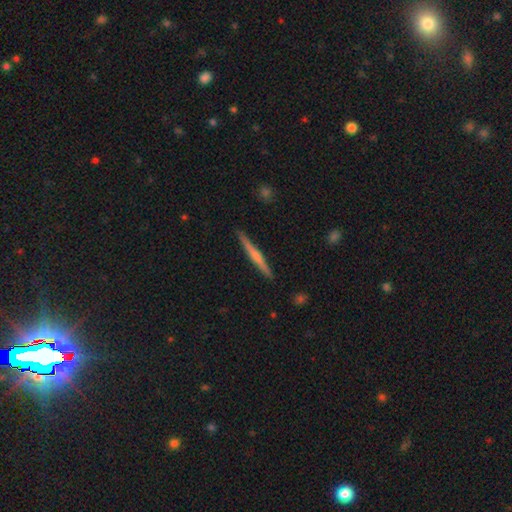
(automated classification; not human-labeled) The model was most divided on "edge-on bulge": none: 46%, rounded: 43%, boxy: 11%. More confident: edge-on disk — yes (98%); merging — none (91%); smooth or featured — featured or disk (52%).